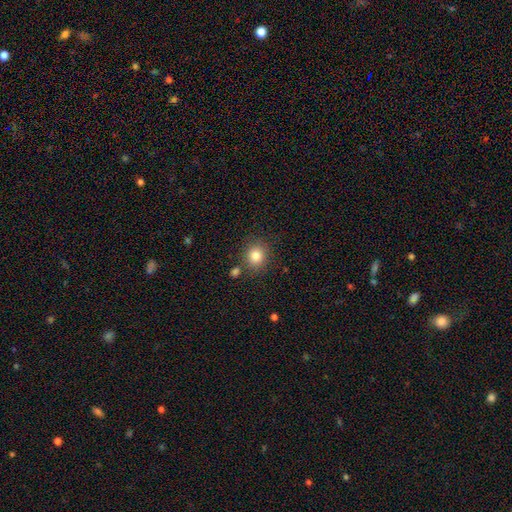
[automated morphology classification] Overall: smooth (83%). How rounded: round (84%). Merging: none (81%).